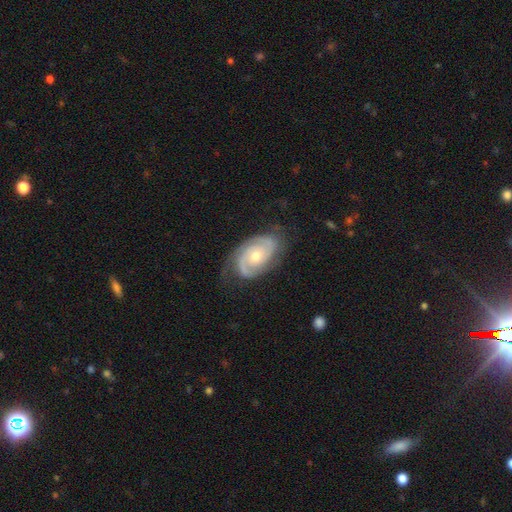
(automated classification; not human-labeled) Q: Smooth or featured?
A: featured or disk (87%); runner-up: smooth (8%)
Q: Edge-on disk?
A: no (97%); runner-up: yes (3%)
Q: Bar?
A: no (71%); runner-up: weak (24%)
Q: Spiral arms?
A: yes (97%); runner-up: no (3%)
Q: Spiral winding?
A: tight (57%); runner-up: medium (35%)
Q: Spiral arm count?
A: 2 (74%); runner-up: 3 (10%)
Q: Bulge size?
A: moderate (58%); runner-up: small (38%)
Q: Merging?
A: none (74%); runner-up: minor disturbance (19%)